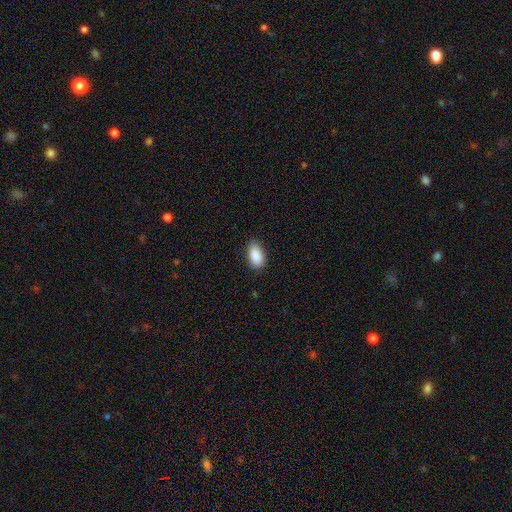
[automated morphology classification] The model was most divided on "merging": none: 77%, minor disturbance: 19%, major disturbance: 3%, merger: 1%. More confident: how rounded — in between (93%); smooth or featured — smooth (89%).